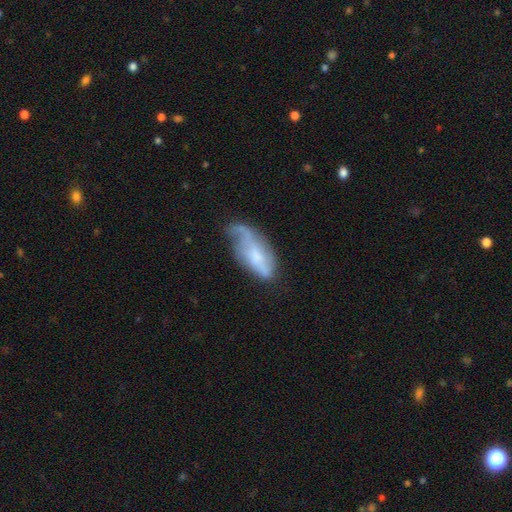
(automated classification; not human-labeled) This appears to be a featured or disk galaxy (52%). Merging: minor disturbance (33%).